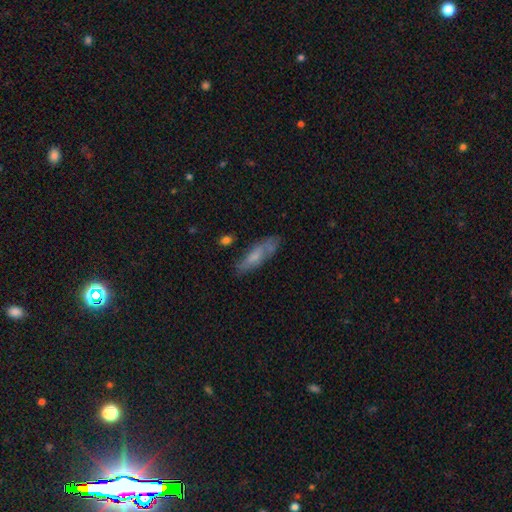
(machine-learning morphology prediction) smooth-or-featured: smooth: 54% | featured or disk: 38% | star or artifact: 8%
  how-rounded: cigar-shaped: 58% | in between: 40% | round: 2%
  merging: none: 70% | minor disturbance: 20% | major disturbance: 7% | merger: 4%